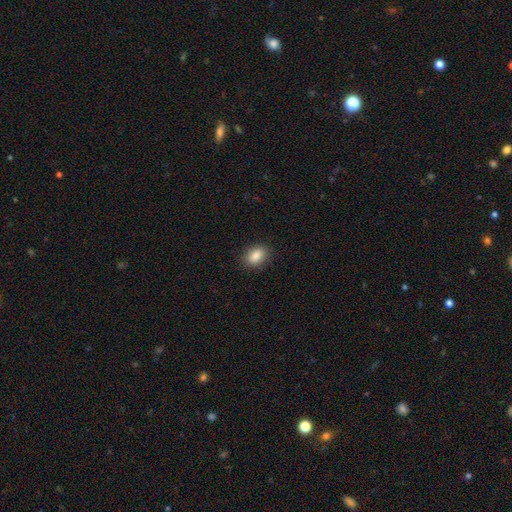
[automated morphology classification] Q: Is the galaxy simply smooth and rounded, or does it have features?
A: smooth — 86%.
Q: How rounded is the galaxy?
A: in between — 75%.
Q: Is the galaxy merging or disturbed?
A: none — 88%.